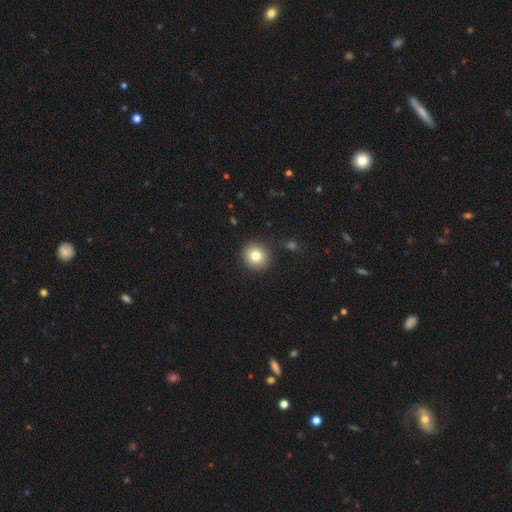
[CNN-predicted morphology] Smooth or featured: smooth — 80% (star or artifact — 10%)
How rounded: round — 88% (in between — 12%)
Merging: none — 90% (minor disturbance — 6%)